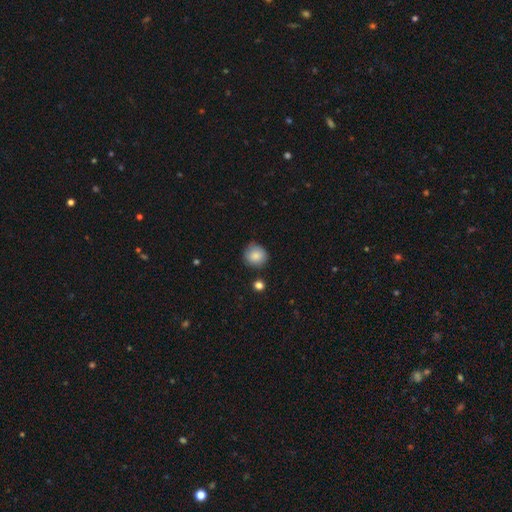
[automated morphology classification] The model was most divided on "merging": none: 79%, minor disturbance: 15%, major disturbance: 3%, merger: 3%. More confident: how rounded — round (87%); smooth or featured — smooth (85%).